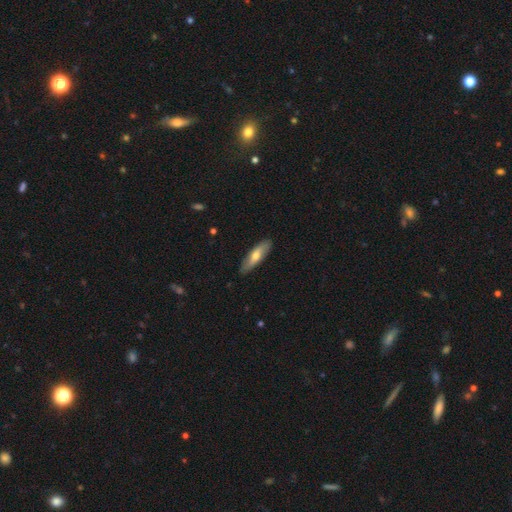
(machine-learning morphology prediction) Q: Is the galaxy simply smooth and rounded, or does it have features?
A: smooth — 60%.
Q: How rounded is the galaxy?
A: cigar-shaped — 57%.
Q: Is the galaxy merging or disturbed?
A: none — 87%.